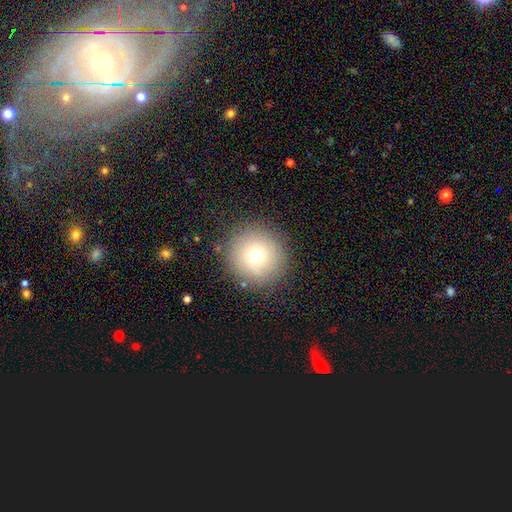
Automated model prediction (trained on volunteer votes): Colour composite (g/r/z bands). It shows a smooth galaxy with no disk features (72%) that is round (96%). Merging: none (88%).